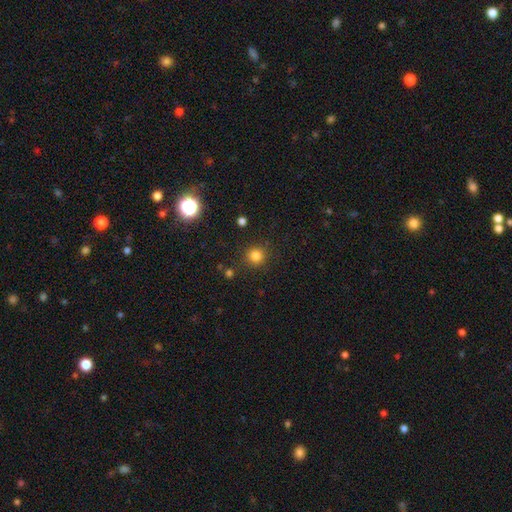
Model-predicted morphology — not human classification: This appears to be a smooth galaxy with no disk features (80%) that is round (93%). Merging: none (88%).